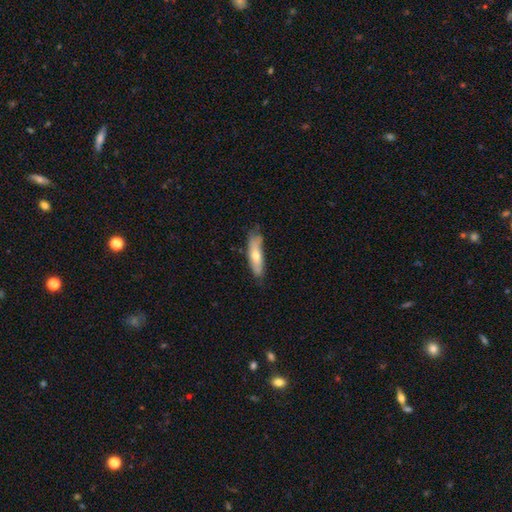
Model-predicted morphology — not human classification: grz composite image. It shows a smooth galaxy with no disk features (62%) that is cigar-shaped (55%). Merging: none (66%).